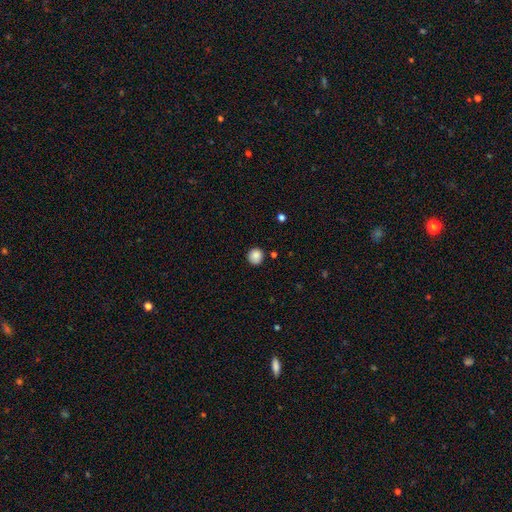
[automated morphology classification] Smooth or featured: smooth — 86% (star or artifact — 10%)
How rounded: round — 93% (in between — 6%)
Merging: none — 86% (minor disturbance — 9%)